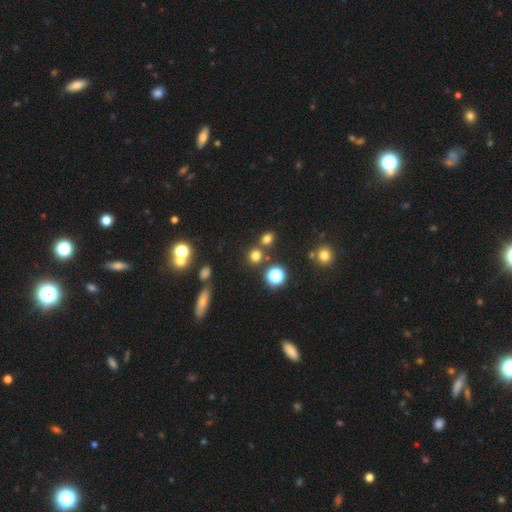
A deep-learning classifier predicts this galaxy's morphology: This appears to be a smooth galaxy with no disk features (69%) that is round (83%). Merging: none (72%).